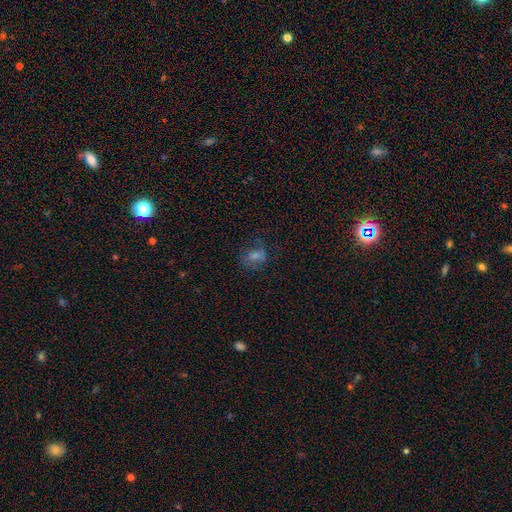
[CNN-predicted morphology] Q: Smooth or featured?
A: smooth (59%); runner-up: featured or disk (23%)
Q: How rounded?
A: in between (63%); runner-up: round (34%)
Q: Merging?
A: none (60%); runner-up: minor disturbance (22%)